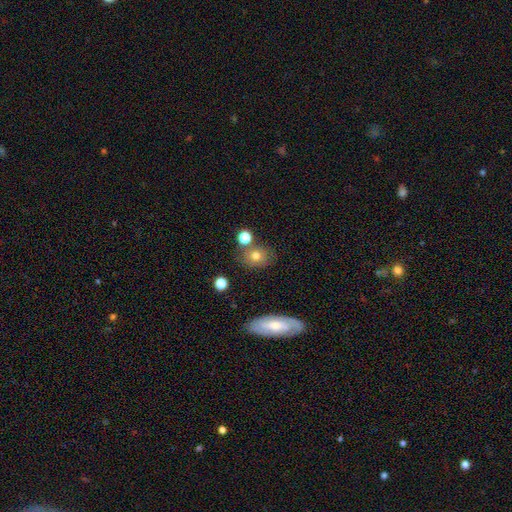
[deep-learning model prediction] The model was most divided on "how rounded": round: 66%, in between: 32%, cigar-shaped: 2%. More confident: smooth or featured — smooth (73%); merging — none (70%).